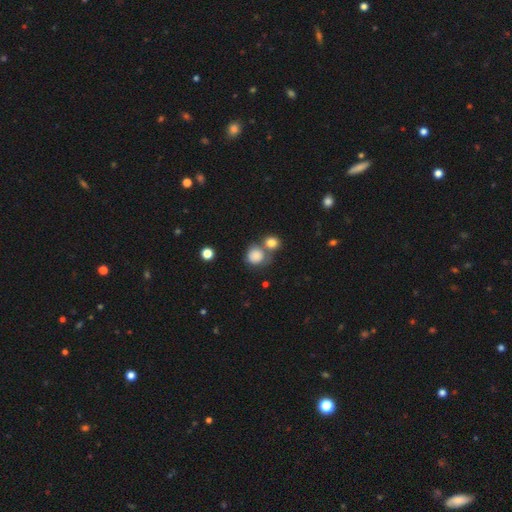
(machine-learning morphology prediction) Q: Smooth or featured?
A: smooth (83%); runner-up: star or artifact (9%)
Q: How rounded?
A: round (85%); runner-up: in between (14%)
Q: Merging?
A: none (48%); runner-up: merger (35%)